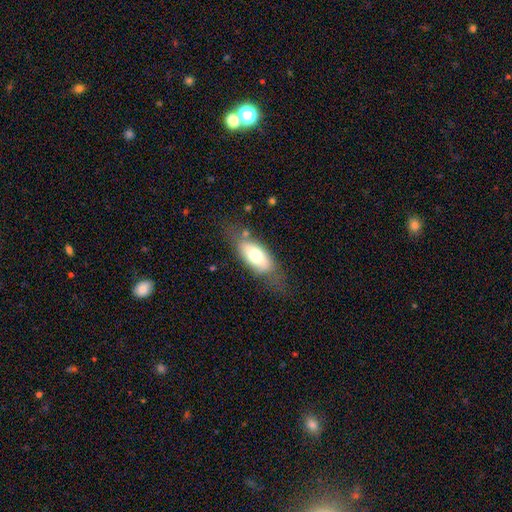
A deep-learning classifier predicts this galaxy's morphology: Smooth or featured? Predicted: smooth (p=0.67). How rounded? Predicted: in between (p=0.86). Merging? Predicted: none (p=0.61).